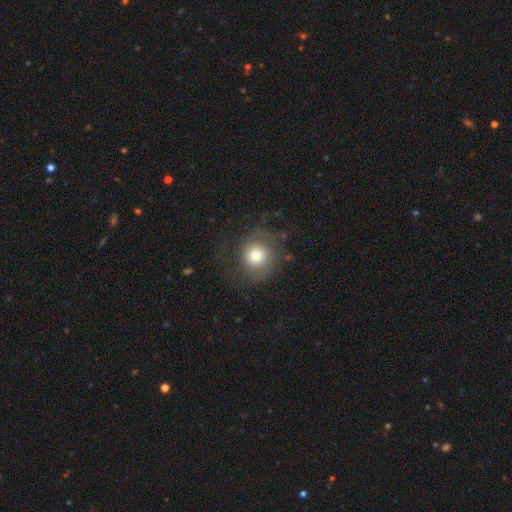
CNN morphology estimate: Smooth or featured? smooth (63%)
How rounded? round (89%)
Merging? none (63%)